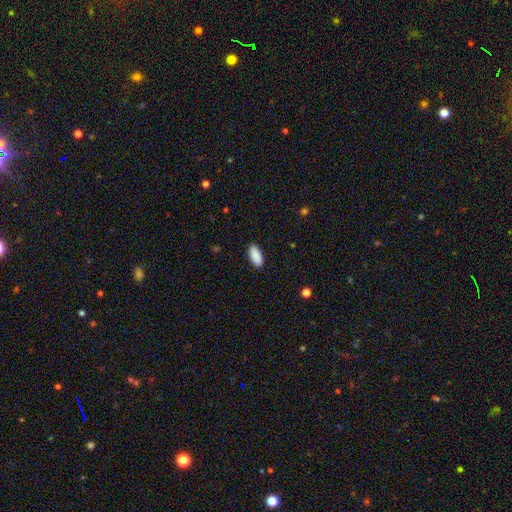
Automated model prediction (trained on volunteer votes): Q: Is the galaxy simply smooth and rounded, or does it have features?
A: smooth — 91%.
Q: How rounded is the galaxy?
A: in between — 89%.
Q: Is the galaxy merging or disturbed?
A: none — 89%.